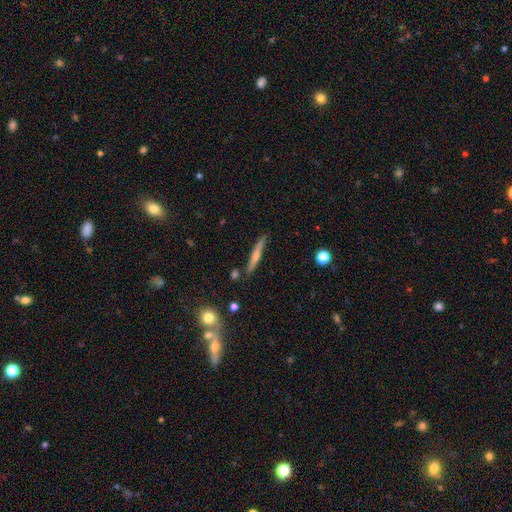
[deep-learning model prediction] Smooth or featured: featured or disk — 47% (tied with smooth — 47%)
Merging: none — 81% (minor disturbance — 12%)